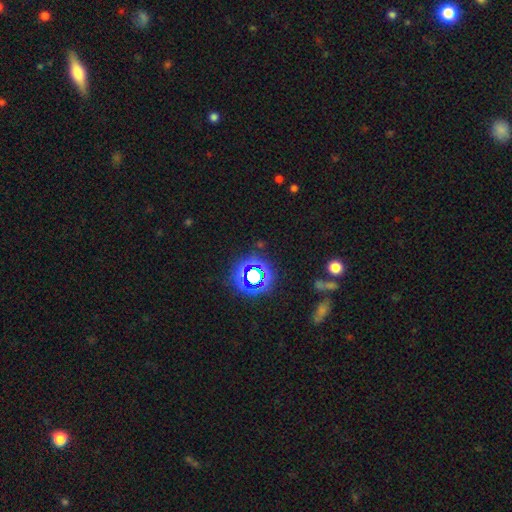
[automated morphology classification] Smooth or featured?
  - star or artifact: 71% *
  - smooth: 21%
  - featured or disk: 8%